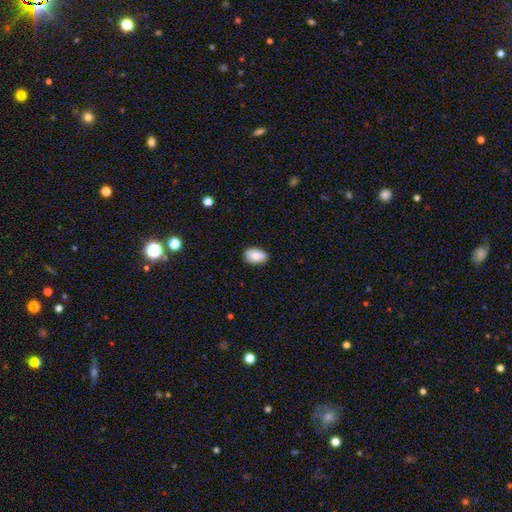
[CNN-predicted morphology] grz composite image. It shows a smooth galaxy with no disk features (87%) that is in between round and cigar-shaped (90%). Merging: none (80%).